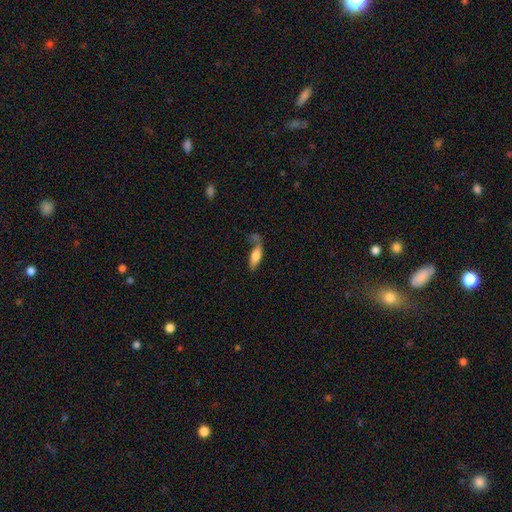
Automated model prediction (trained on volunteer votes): A smooth galaxy with no disk features (69%) that is in between round and cigar-shaped (67%).

Vote fractions:
- Smooth or featured? smooth: 69% / featured or disk: 23% / star or artifact: 8%
- How rounded? in between: 67% / cigar-shaped: 29% / round: 3%
- Merging? none: 40% / merger: 22% / minor disturbance: 21% / major disturbance: 17%